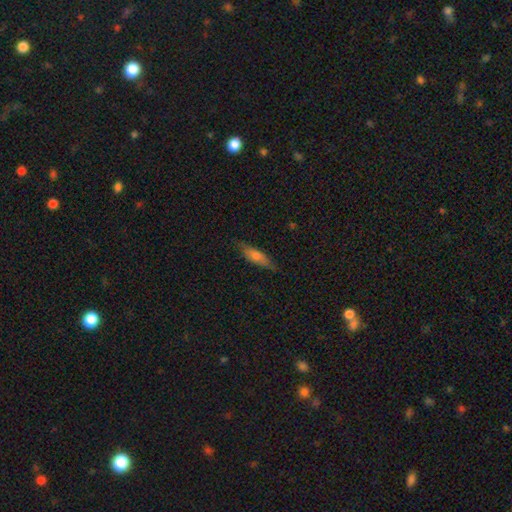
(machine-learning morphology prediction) Smooth or featured? smooth (60%)
How rounded? cigar-shaped (59%)
Merging? none (80%)